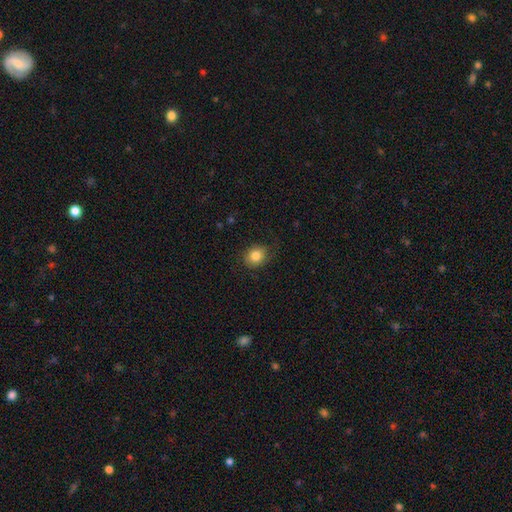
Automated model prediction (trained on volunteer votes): Smooth or featured?
  - smooth: 83% *
  - star or artifact: 9%
  - featured or disk: 8%
How rounded?
  - round: 64% *
  - in between: 35%
  - cigar-shaped: 1%
Merging?
  - none: 76% *
  - minor disturbance: 17%
  - major disturbance: 5%
  - merger: 1%